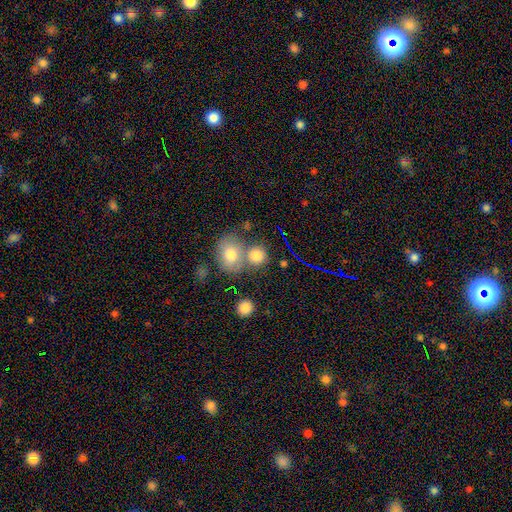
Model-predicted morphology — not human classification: Smooth or featured? Predicted: smooth (p=0.78). How rounded? Predicted: round (p=0.77). Merging? Predicted: none (p=0.50).